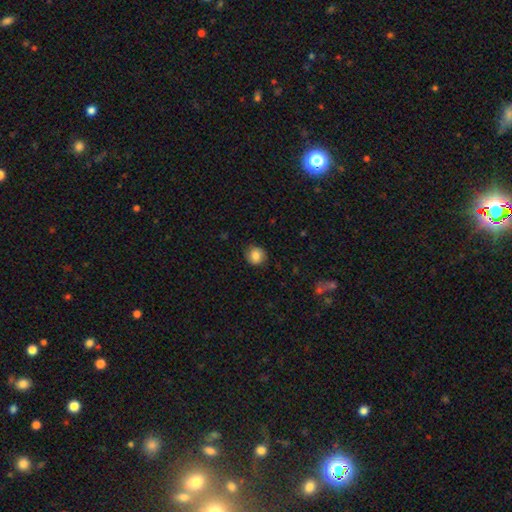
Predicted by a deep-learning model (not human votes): smooth 80%, featured or disk 11%, star or artifact 9%. Down the decision tree: how rounded — round (85%); merging — none (85%).